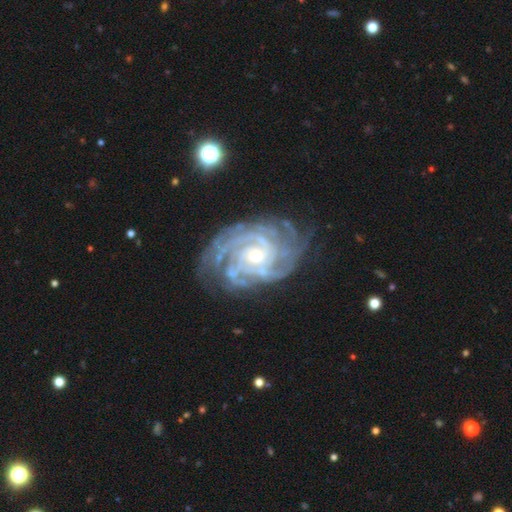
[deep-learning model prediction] Smooth or featured: featured or disk — 91% (star or artifact — 5%)
Edge-on disk: no — 97% (yes — 3%)
Bar: no — 69% (weak — 23%)
Spiral arms: yes — 98% (no — 2%)
Spiral winding: tight — 75% (medium — 22%)
Spiral arm count: can't tell — 24% (4 — 23%)
Bulge size: small — 57% (moderate — 39%)
Merging: none — 71% (minor disturbance — 19%)